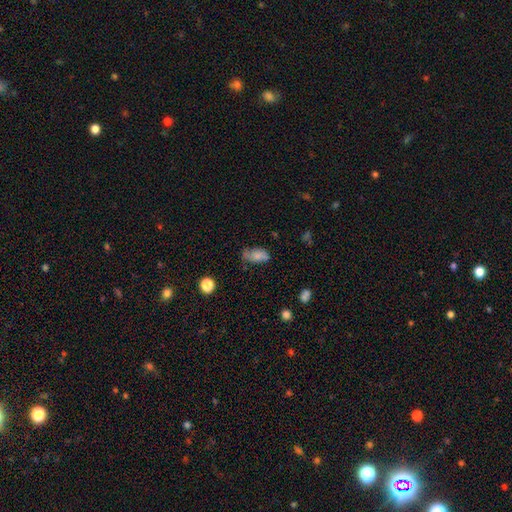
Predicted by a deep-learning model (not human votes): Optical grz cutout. It shows a smooth galaxy with no disk features (68%) that is in between round and cigar-shaped (90%). Merging: none (53%).